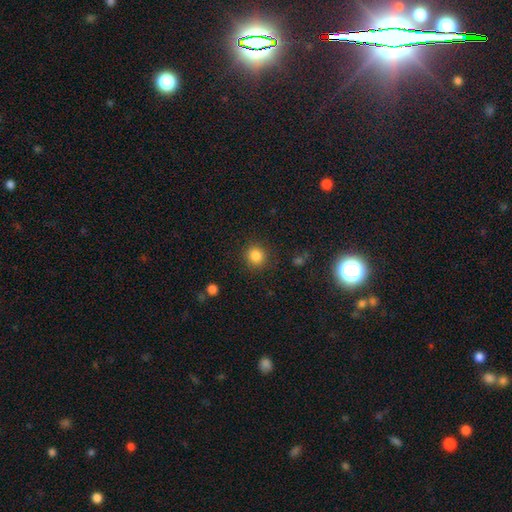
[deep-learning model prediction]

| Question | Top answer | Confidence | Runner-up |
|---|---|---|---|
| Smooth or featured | smooth | 84% | star or artifact (11%) |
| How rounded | round | 90% | in between (9%) |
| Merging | none | 88% | minor disturbance (7%) |